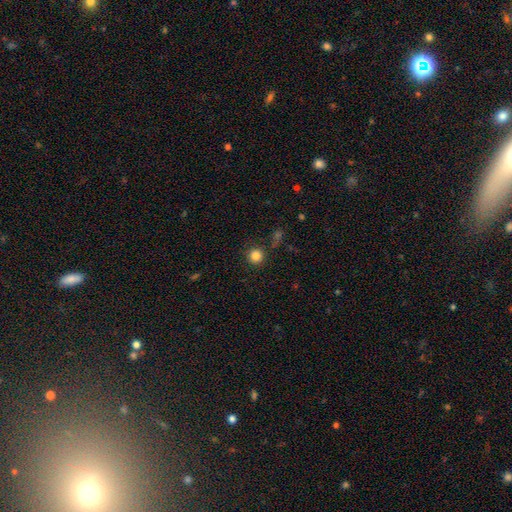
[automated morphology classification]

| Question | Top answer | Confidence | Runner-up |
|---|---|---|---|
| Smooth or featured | smooth | 84% | star or artifact (12%) |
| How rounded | round | 94% | in between (5%) |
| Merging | none | 85% | minor disturbance (8%) |